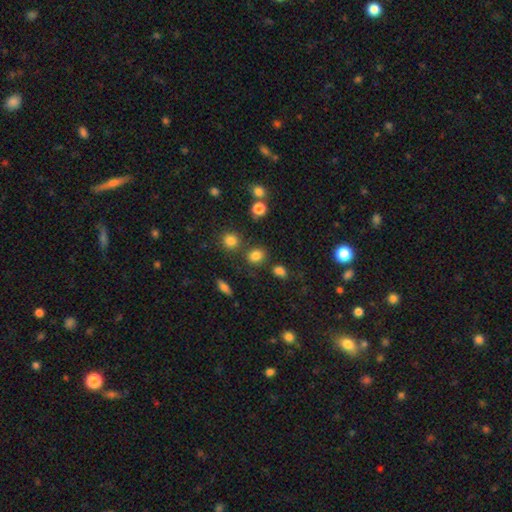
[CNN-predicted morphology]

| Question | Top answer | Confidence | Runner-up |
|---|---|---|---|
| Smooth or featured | smooth | 80% | star or artifact (14%) |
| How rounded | round | 62% | in between (37%) |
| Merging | none | 76% | minor disturbance (11%) |